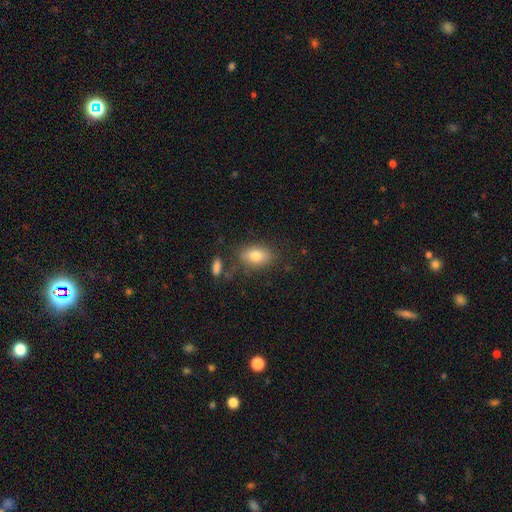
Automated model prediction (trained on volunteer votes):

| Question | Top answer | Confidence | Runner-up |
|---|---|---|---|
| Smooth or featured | smooth | 78% | featured or disk (13%) |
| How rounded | in between | 84% | round (13%) |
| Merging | none | 75% | minor disturbance (15%) |